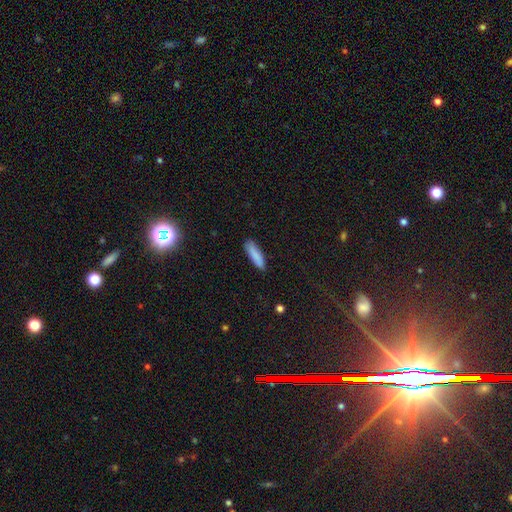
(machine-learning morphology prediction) This is clearly a smooth galaxy (87%). How rounded: likely cigar-shaped (67%). Merging: clearly none (87%).